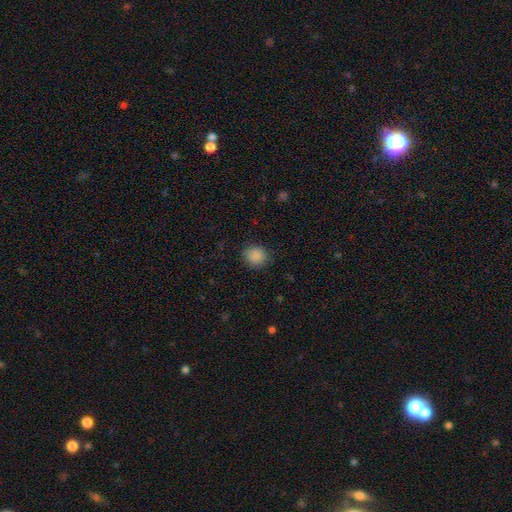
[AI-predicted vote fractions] A smooth galaxy with no disk features (88%) that is round (82%). Merging: none (85%).